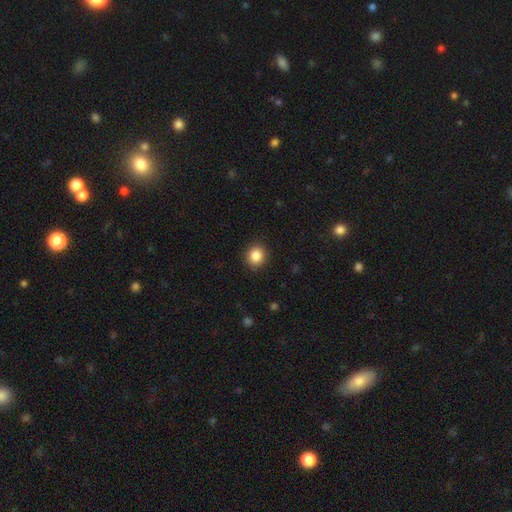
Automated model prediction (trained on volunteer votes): Smooth or featured? smooth (85%)
How rounded? round (85%)
Merging? none (91%)